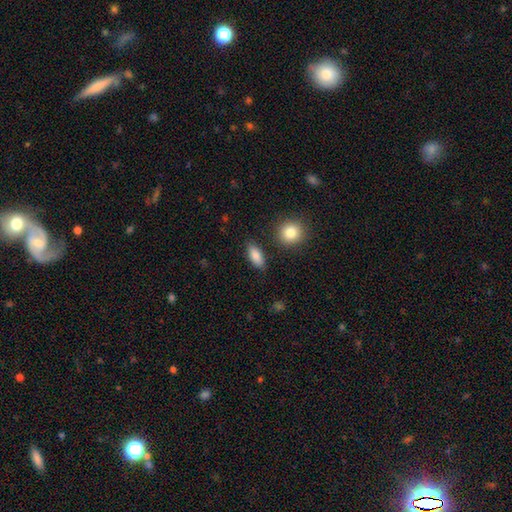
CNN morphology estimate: This is clearly a smooth galaxy (86%). How rounded: clearly in between (82%). Merging: clearly none (85%).